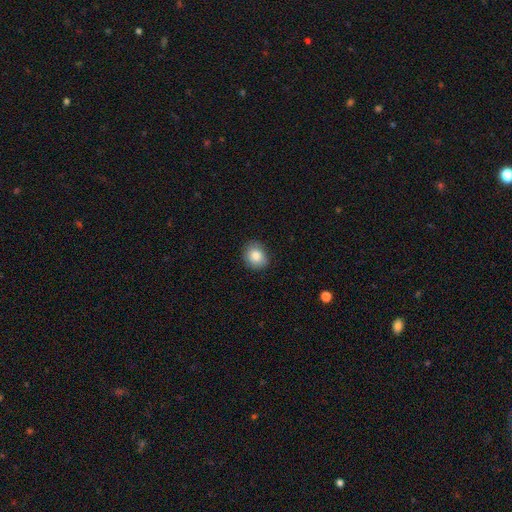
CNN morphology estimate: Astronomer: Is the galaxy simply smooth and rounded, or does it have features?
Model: smooth — 84%.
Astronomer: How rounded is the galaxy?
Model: round — 67%.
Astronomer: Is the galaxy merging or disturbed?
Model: none — 84%.